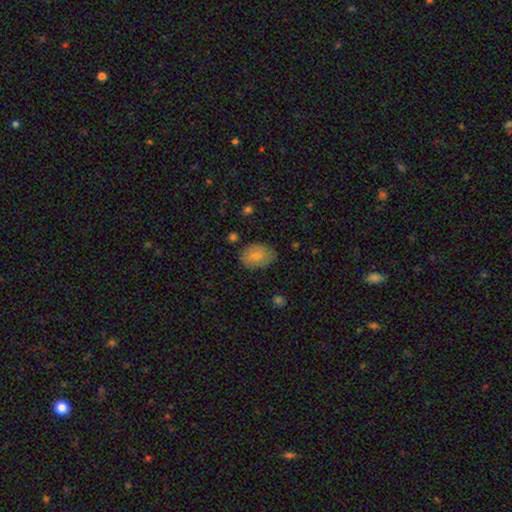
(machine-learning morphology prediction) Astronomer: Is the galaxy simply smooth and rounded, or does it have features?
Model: smooth — 71%.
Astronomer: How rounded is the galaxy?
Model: in between — 74%.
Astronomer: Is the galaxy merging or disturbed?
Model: none — 73%.